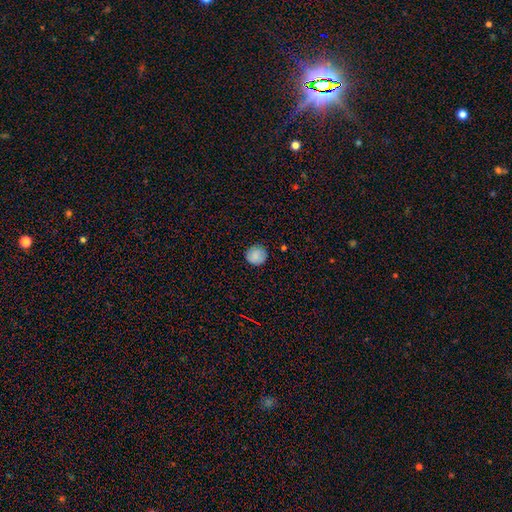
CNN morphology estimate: Smooth or featured? smooth (86%)
How rounded? round (93%)
Merging? none (87%)